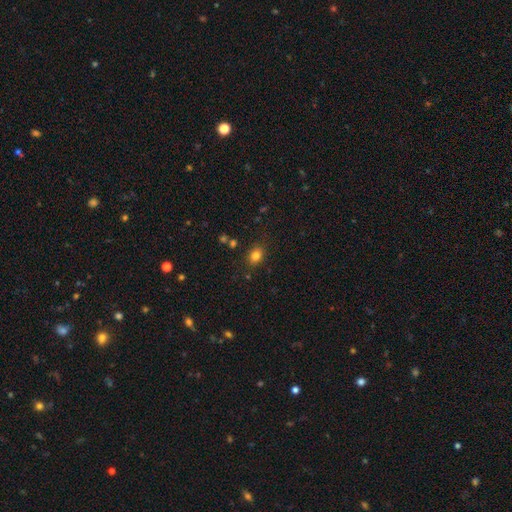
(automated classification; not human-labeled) Smooth or featured: smooth — 81% (star or artifact — 13%)
How rounded: in between — 57% (round — 42%)
Merging: none — 83% (minor disturbance — 11%)